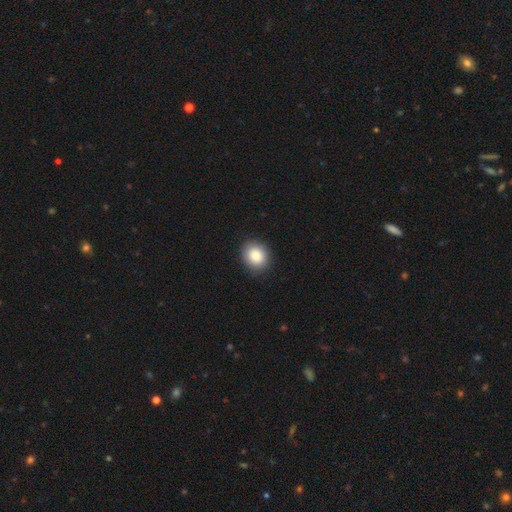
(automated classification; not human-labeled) This appears to be a smooth galaxy with no disk features (88%) that is round (66%). Merging: none (89%).